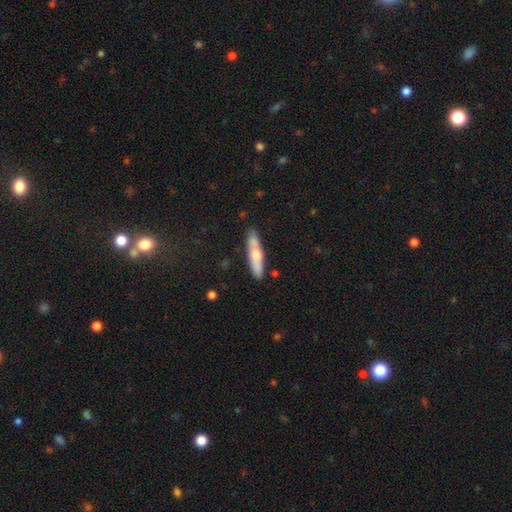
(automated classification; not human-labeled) Q: Smooth or featured?
A: smooth (62%); runner-up: featured or disk (32%)
Q: How rounded?
A: cigar-shaped (81%); runner-up: in between (17%)
Q: Merging?
A: none (70%); runner-up: minor disturbance (16%)